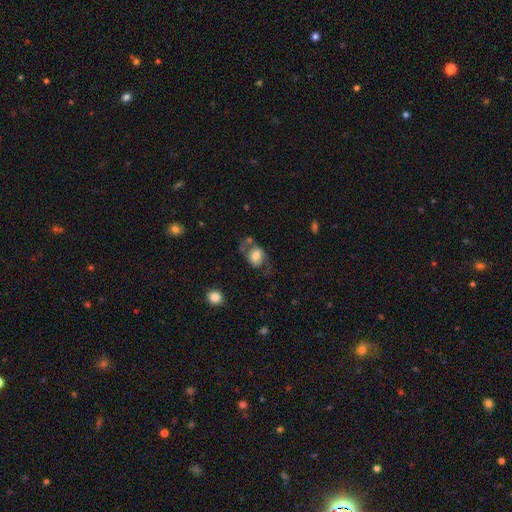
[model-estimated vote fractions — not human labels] smooth_or_featured: smooth (p=0.54) [alt: featured or disk p=0.38]
how_rounded: in between (p=0.56) [alt: round p=0.42]
merging: none (p=0.46) [alt: major disturbance p=0.23]